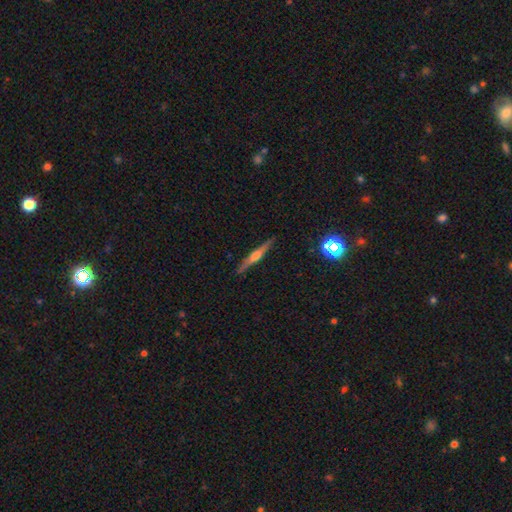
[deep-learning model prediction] smooth_or_featured: featured or disk (p=0.72) [alt: smooth p=0.21]
disk_edge_on: yes (p=0.98) [alt: no p=0.02]
edge_on_bulge: rounded (p=0.82) [alt: boxy p=0.10]
merging: none (p=0.90) [alt: minor disturbance p=0.07]